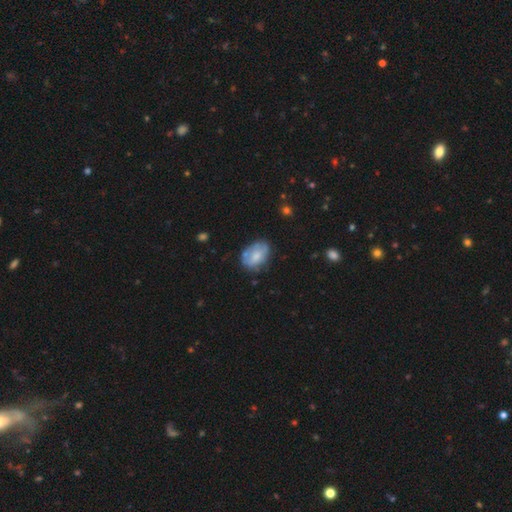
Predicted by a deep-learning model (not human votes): smooth-or-featured: smooth: 56% | featured or disk: 36% | star or artifact: 8%
  how-rounded: in between: 80% | round: 18% | cigar-shaped: 1%
  merging: none: 56% | minor disturbance: 28% | major disturbance: 11% | merger: 4%